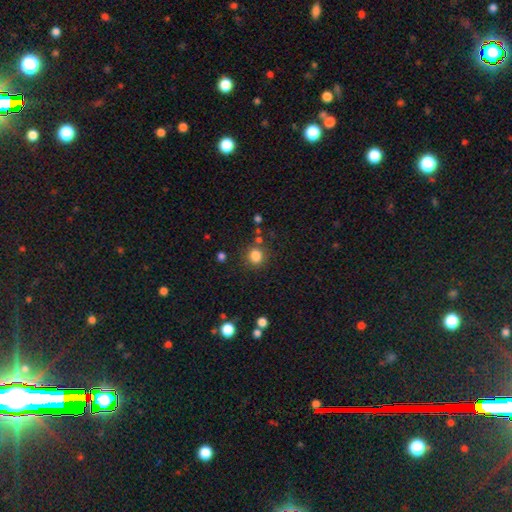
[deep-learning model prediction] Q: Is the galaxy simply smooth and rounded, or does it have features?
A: smooth — 83%.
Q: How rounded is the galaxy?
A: round — 80%.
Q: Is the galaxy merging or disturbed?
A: none — 78%.